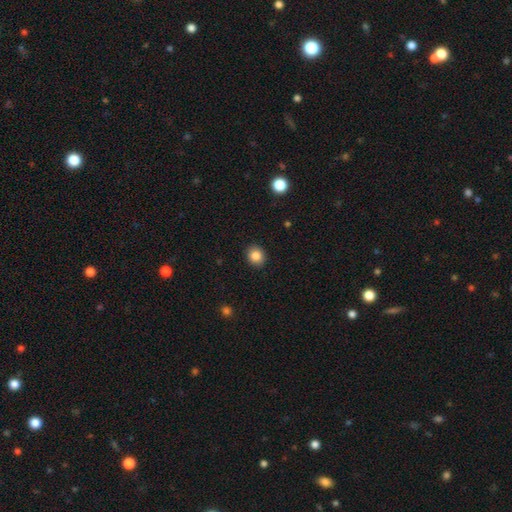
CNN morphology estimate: Smooth or featured?
  - smooth: 84% *
  - star or artifact: 10%
  - featured or disk: 6%
How rounded?
  - round: 71% *
  - in between: 28%
  - cigar-shaped: 1%
Merging?
  - none: 91% *
  - minor disturbance: 6%
  - major disturbance: 2%
  - merger: 1%